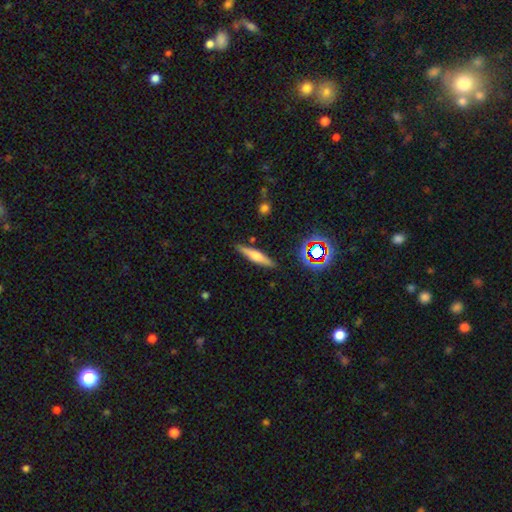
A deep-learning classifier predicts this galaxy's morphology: Q: Smooth or featured?
A: smooth (48%); runner-up: featured or disk (42%)
Q: Merging?
A: none (86%); runner-up: minor disturbance (9%)